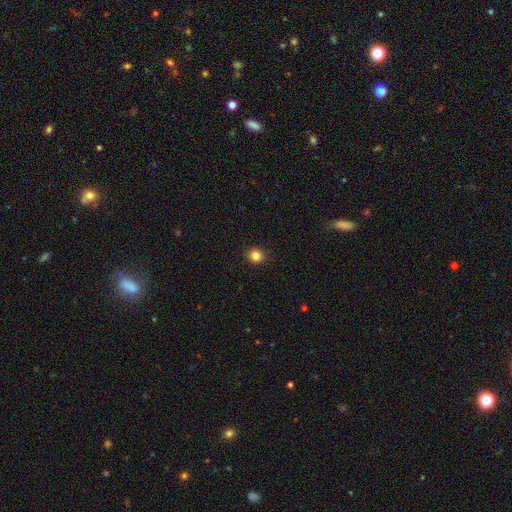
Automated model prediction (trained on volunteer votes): Smooth or featured? smooth (85%)
How rounded? round (89%)
Merging? none (92%)